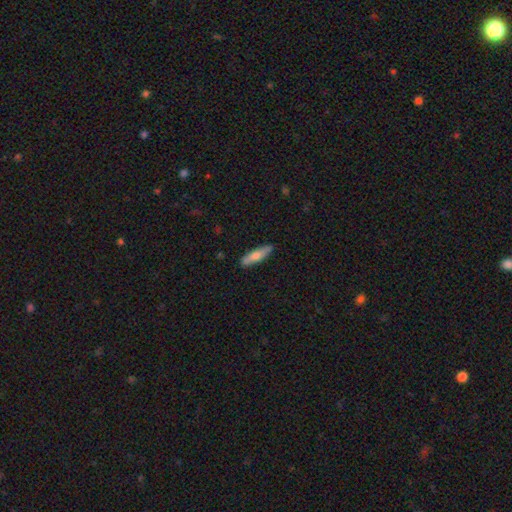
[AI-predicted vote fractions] Morphology: type=smooth (67%); roundness=cigar-shaped (70%); merging=none (86%).